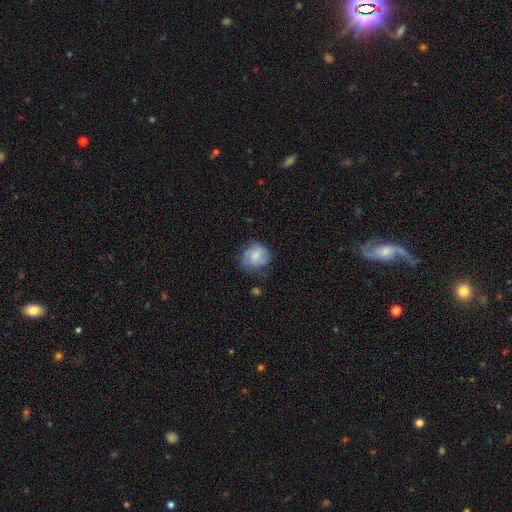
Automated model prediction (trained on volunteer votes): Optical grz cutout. It shows a smooth galaxy with no disk features (65%) that is round (72%). Merging: none (55%).